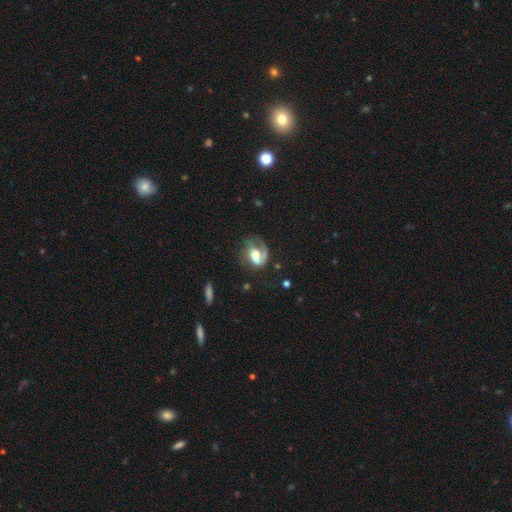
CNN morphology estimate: A featured or disk galaxy (69%) with no bar (46%), 1 (66%) medium (41%) spiral arms (88%) and a moderate central bulge (43%). Merging: none (47%).